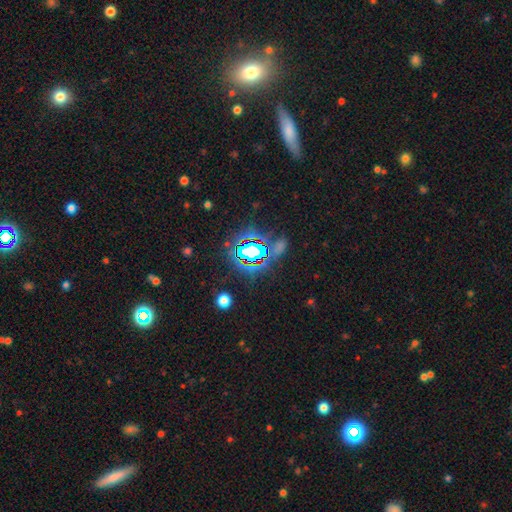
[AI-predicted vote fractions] Morphology: type=star or artifact (75%).